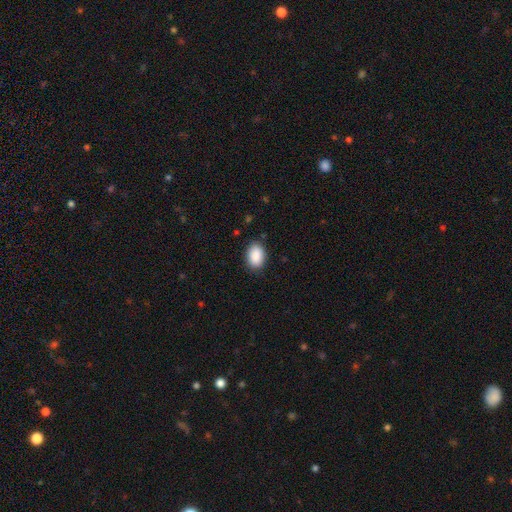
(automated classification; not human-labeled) Q: Smooth or featured?
A: smooth (89%); runner-up: star or artifact (7%)
Q: How rounded?
A: in between (83%); runner-up: round (16%)
Q: Merging?
A: none (84%); runner-up: minor disturbance (12%)